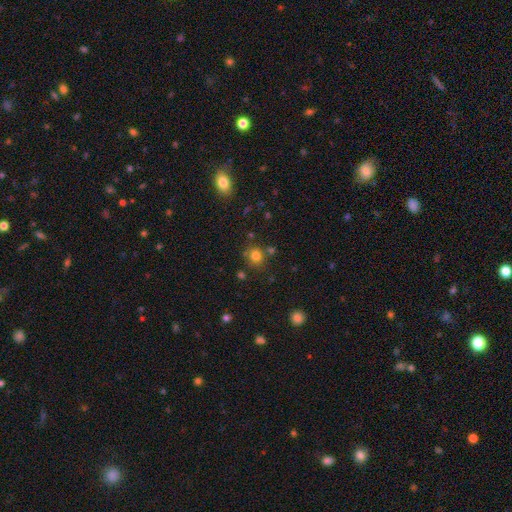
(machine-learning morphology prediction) Overall: smooth (77%). How rounded: round (84%). Merging: none (76%).